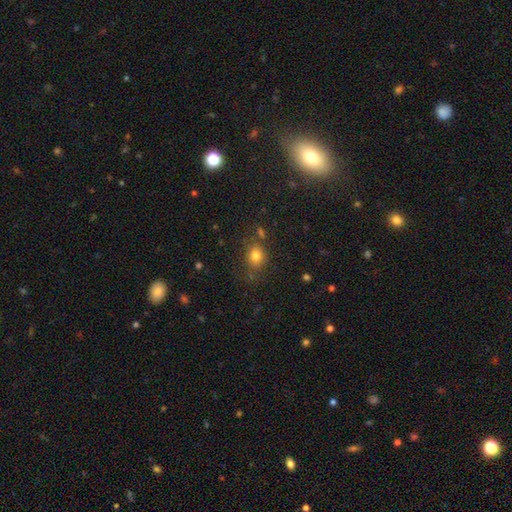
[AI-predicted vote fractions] Smooth or featured?
  - smooth: 78% *
  - star or artifact: 14%
  - featured or disk: 8%
How rounded?
  - round: 59% *
  - in between: 40%
  - cigar-shaped: 1%
Merging?
  - none: 72% *
  - minor disturbance: 15%
  - merger: 7%
  - major disturbance: 5%